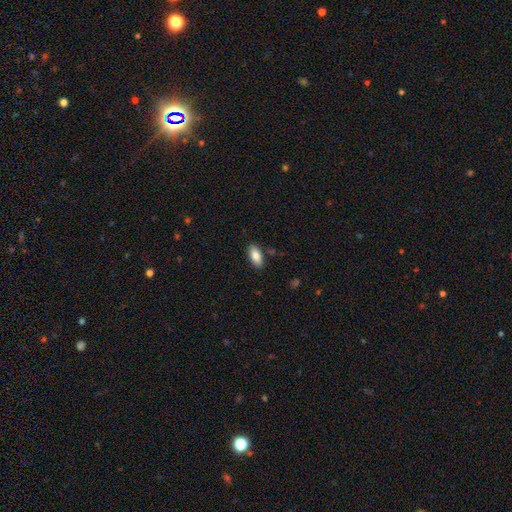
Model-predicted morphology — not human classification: Smooth or featured: smooth — 86% (featured or disk — 8%)
How rounded: in between — 90% (cigar-shaped — 8%)
Merging: none — 86% (minor disturbance — 10%)